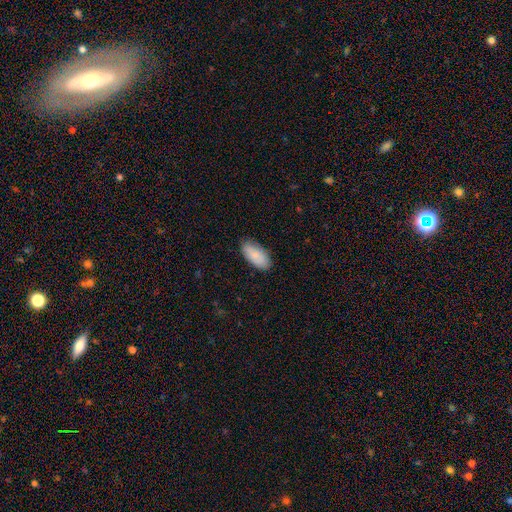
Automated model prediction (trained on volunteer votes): Q: Smooth or featured?
A: smooth (84%); runner-up: featured or disk (10%)
Q: How rounded?
A: in between (92%); runner-up: cigar-shaped (6%)
Q: Merging?
A: none (83%); runner-up: minor disturbance (13%)